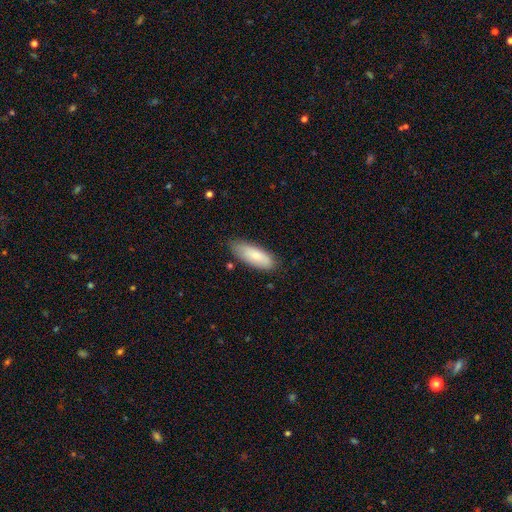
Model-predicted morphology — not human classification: This is likely a smooth galaxy (77%). How rounded: likely in between (73%). Merging: likely none (76%).